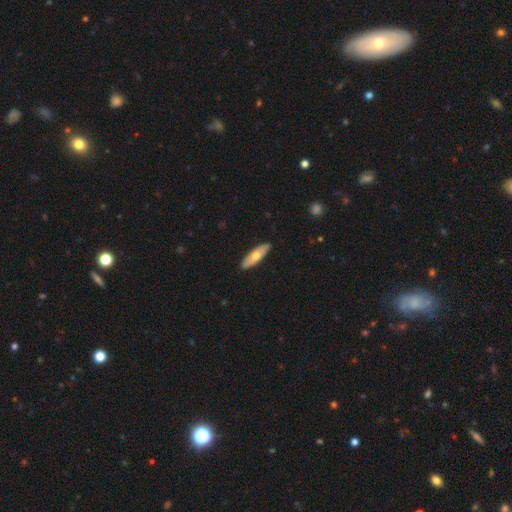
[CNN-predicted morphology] Overall: smooth (57%; featured or disk 38%). How rounded: cigar-shaped (53%; in between 45%). Merging: none (89%).